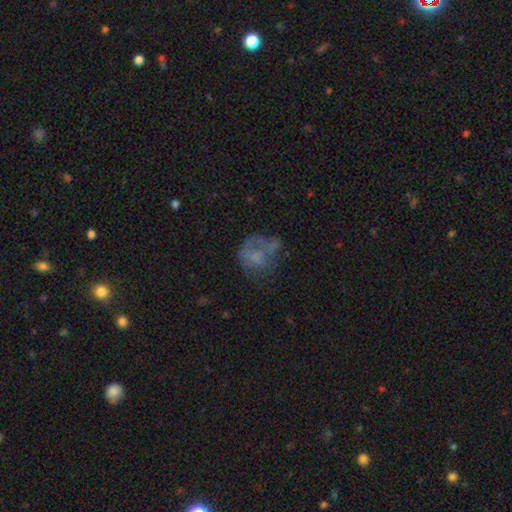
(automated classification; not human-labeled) A smooth galaxy with no disk features (48%).

Vote fractions:
- Smooth or featured? smooth: 48% / featured or disk: 38% / star or artifact: 13%
- Merging? none: 36% / major disturbance: 33% / minor disturbance: 23% / merger: 8%